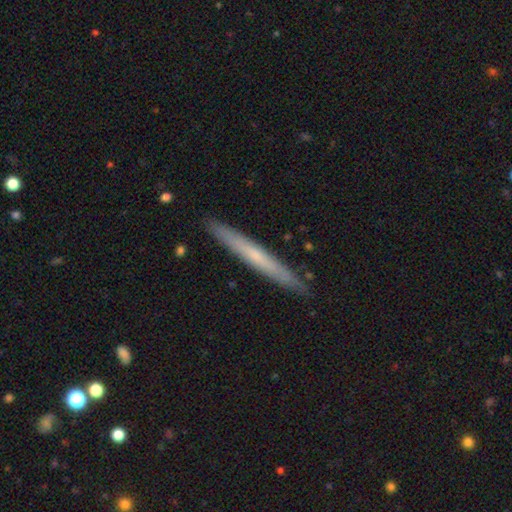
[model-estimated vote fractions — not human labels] Smooth or featured? smooth (47%, tied with featured or disk)
Merging? none (91%)